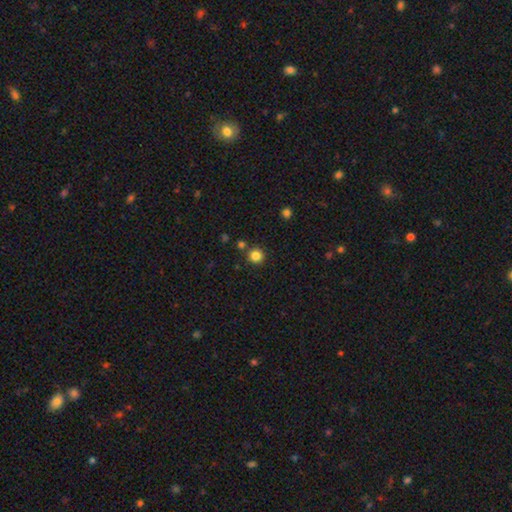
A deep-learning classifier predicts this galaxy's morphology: This is clearly a smooth galaxy (83%). How rounded: clearly round (95%). Merging: clearly none (85%).